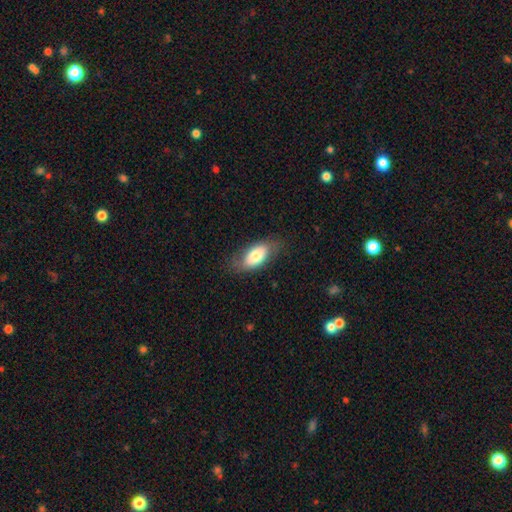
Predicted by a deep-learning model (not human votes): Q: Smooth or featured?
A: smooth (73%); runner-up: featured or disk (20%)
Q: How rounded?
A: in between (90%); runner-up: cigar-shaped (6%)
Q: Merging?
A: none (75%); runner-up: minor disturbance (18%)